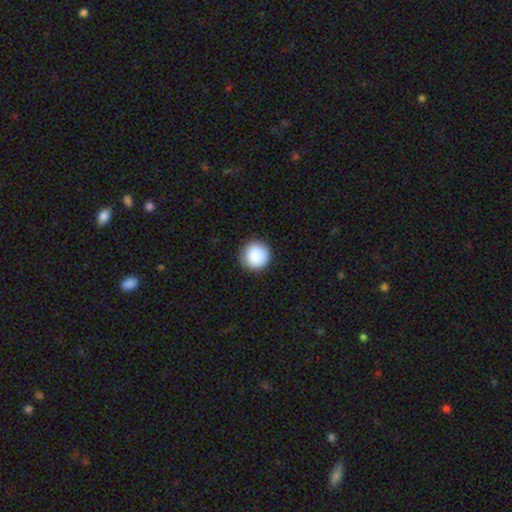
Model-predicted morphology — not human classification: smooth 89%, star or artifact 7%, featured or disk 4%. Down the decision tree: how rounded — round (95%); merging — none (89%).